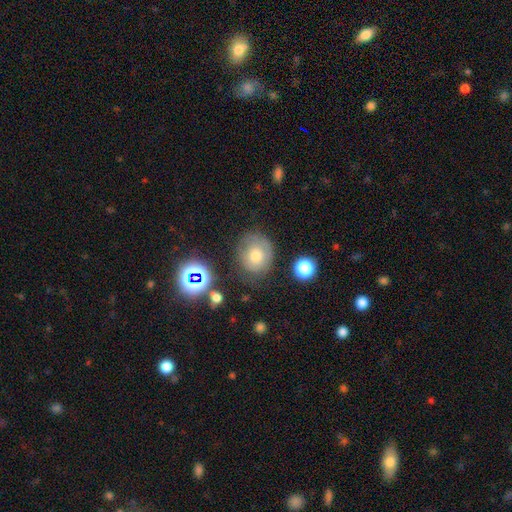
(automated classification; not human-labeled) smooth-or-featured: smooth: 63% | featured or disk: 23% | star or artifact: 14%
  how-rounded: round: 70% | in between: 29% | cigar-shaped: 1%
  merging: none: 67% | minor disturbance: 21% | major disturbance: 9% | merger: 3%